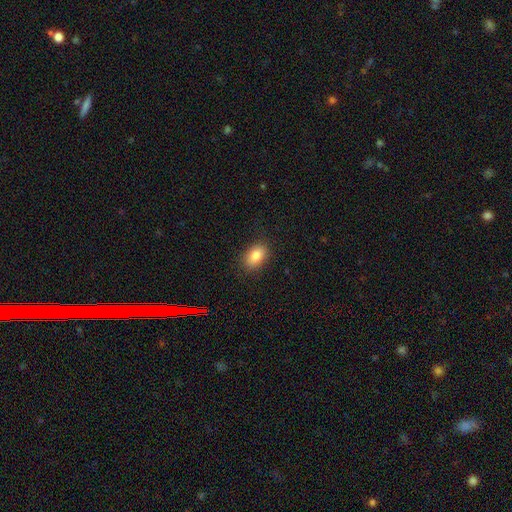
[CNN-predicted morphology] Overall: smooth (85%). How rounded: in between (87%). Merging: none (86%).